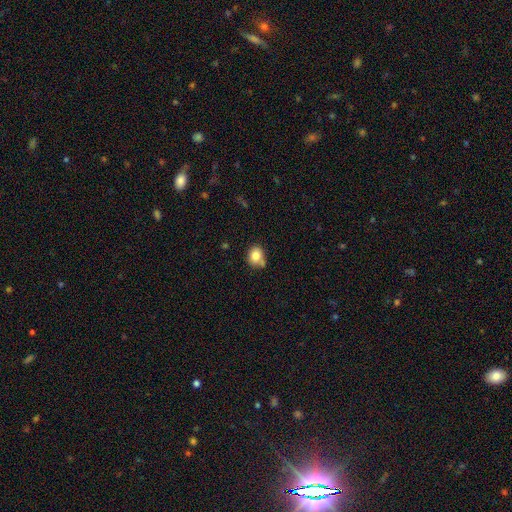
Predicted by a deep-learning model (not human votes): Morphology: type=smooth (80%); roundness=round (61%); merging=none (61%).